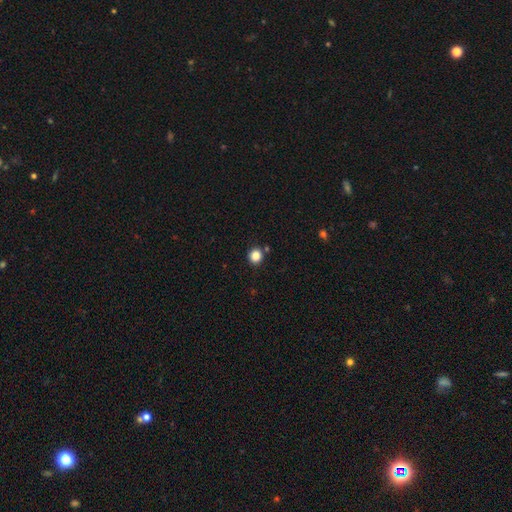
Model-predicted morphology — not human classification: A smooth galaxy with no disk features (84%) that is round (91%). Merging: none (86%).